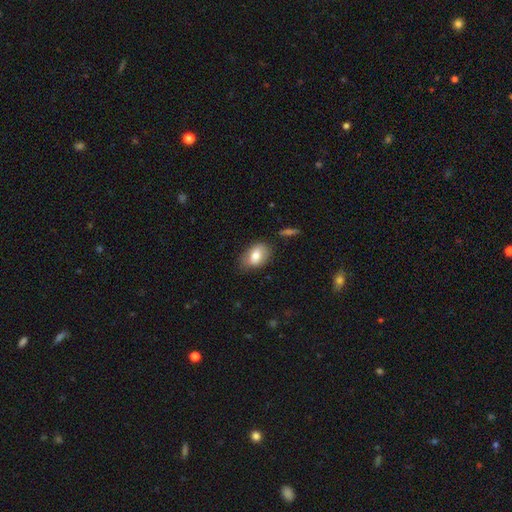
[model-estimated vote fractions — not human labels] smooth-or-featured: smooth: 74% | featured or disk: 18% | star or artifact: 7%
  how-rounded: in between: 86% | round: 13% | cigar-shaped: 1%
  merging: none: 73% | minor disturbance: 20% | major disturbance: 5% | merger: 2%